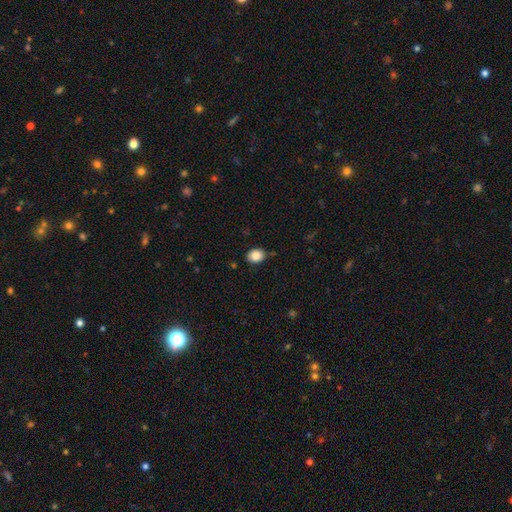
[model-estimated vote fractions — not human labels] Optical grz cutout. It shows a smooth galaxy with no disk features (87%) that is round (50%). Merging: none (83%).